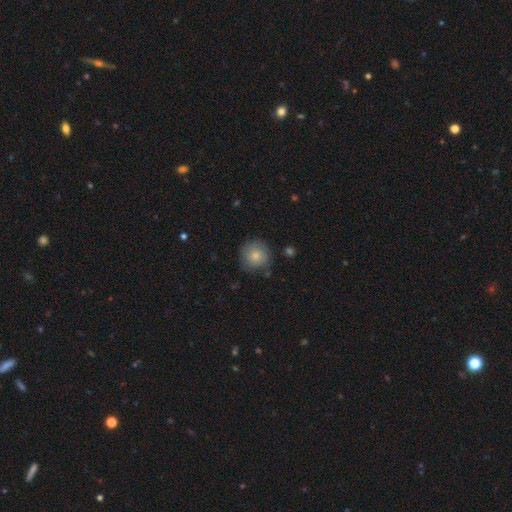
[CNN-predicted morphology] A smooth galaxy with no disk features (81%) that is round (93%).

Vote fractions:
- Smooth or featured? smooth: 81% / featured or disk: 12% / star or artifact: 8%
- How rounded? round: 93% / in between: 6% / cigar-shaped: 1%
- Merging? none: 77% / minor disturbance: 17% / major disturbance: 4% / merger: 2%